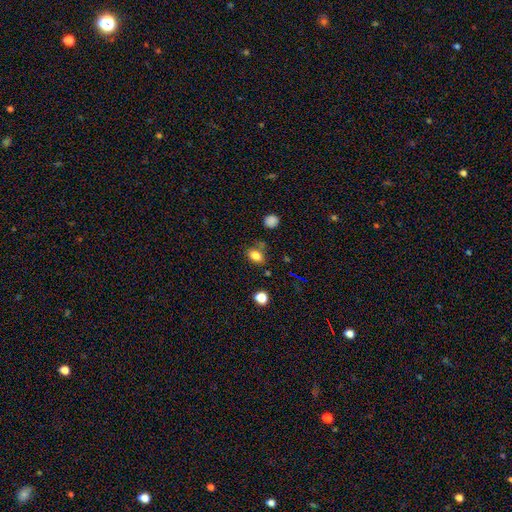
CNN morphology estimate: smooth_or_featured: smooth (p=0.81) [alt: star or artifact p=0.13]
how_rounded: in between (p=0.79) [alt: round p=0.18]
merging: none (p=0.71) [alt: minor disturbance p=0.18]